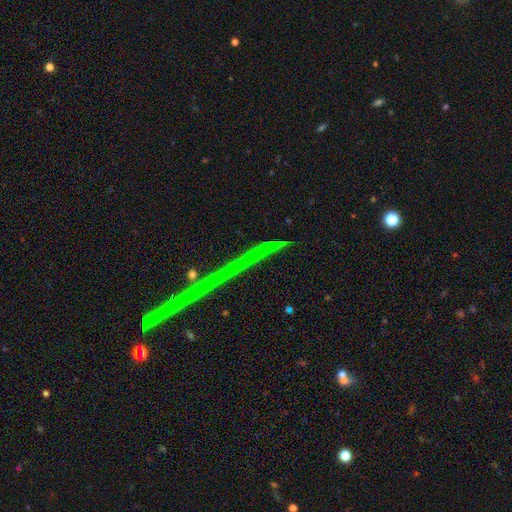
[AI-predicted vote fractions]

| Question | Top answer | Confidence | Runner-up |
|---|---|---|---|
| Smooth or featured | star or artifact | 78% | featured or disk (14%) |